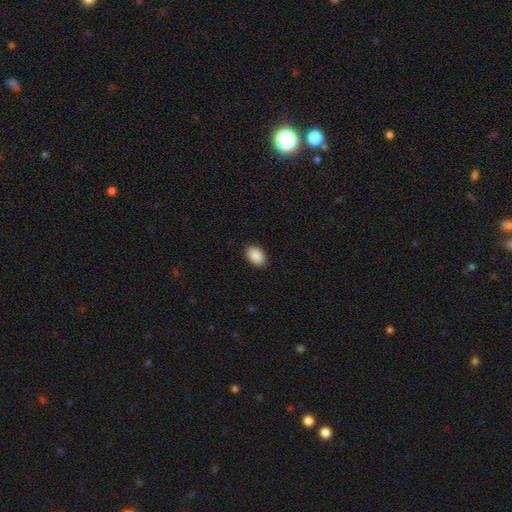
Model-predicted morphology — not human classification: A smooth galaxy with no disk features (90%) that is in between round and cigar-shaped (87%). Merging: none (90%).